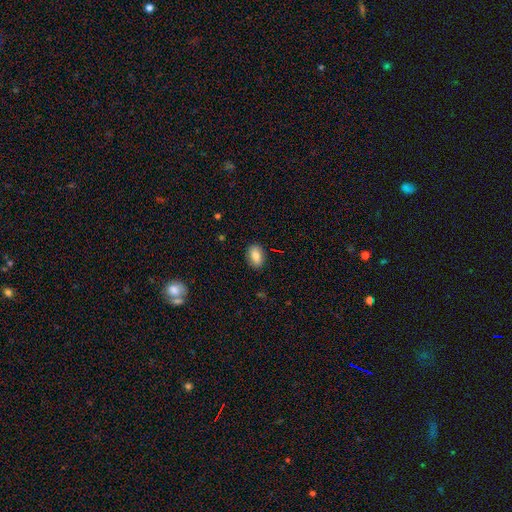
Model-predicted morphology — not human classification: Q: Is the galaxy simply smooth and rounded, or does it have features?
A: smooth — 82%.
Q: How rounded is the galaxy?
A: in between — 86%.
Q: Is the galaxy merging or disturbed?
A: none — 87%.